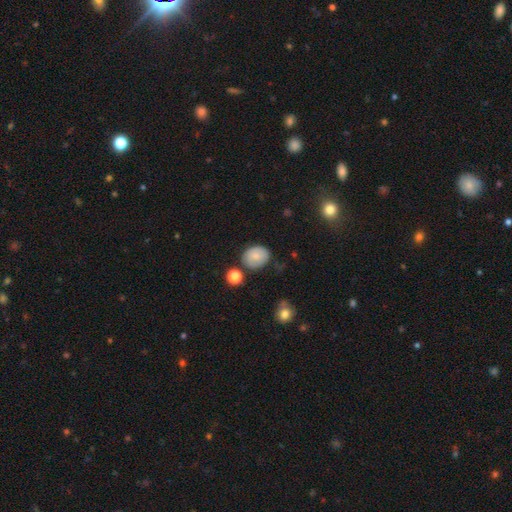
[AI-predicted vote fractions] Q: Smooth or featured?
A: smooth (74%); runner-up: featured or disk (17%)
Q: How rounded?
A: round (51%); runner-up: in between (48%)
Q: Merging?
A: none (69%); runner-up: minor disturbance (21%)